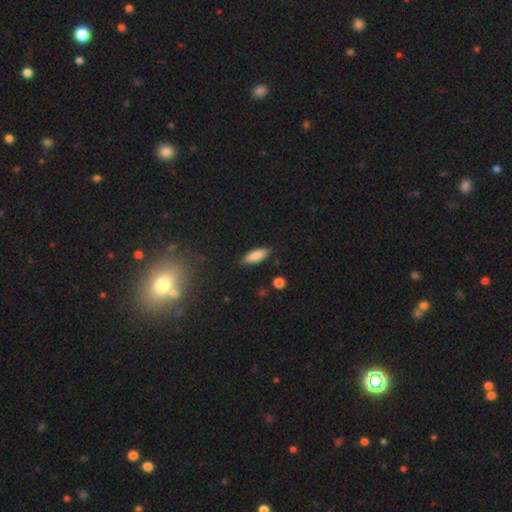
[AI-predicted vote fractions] This appears to be a smooth galaxy with no disk features (86%) that is in between round and cigar-shaped (64%). Merging: none (87%).